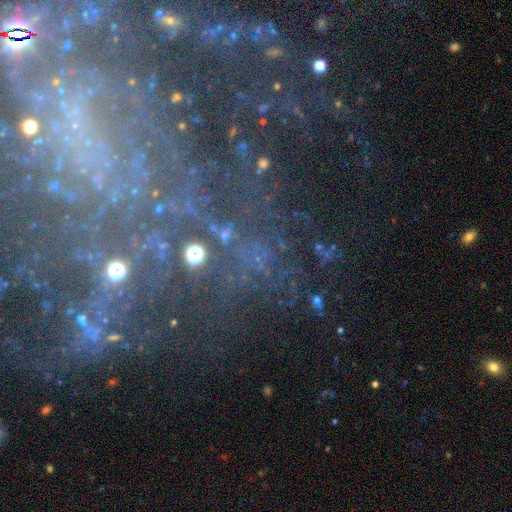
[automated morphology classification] This appears to be a star or artifact, not a galaxy (56%).